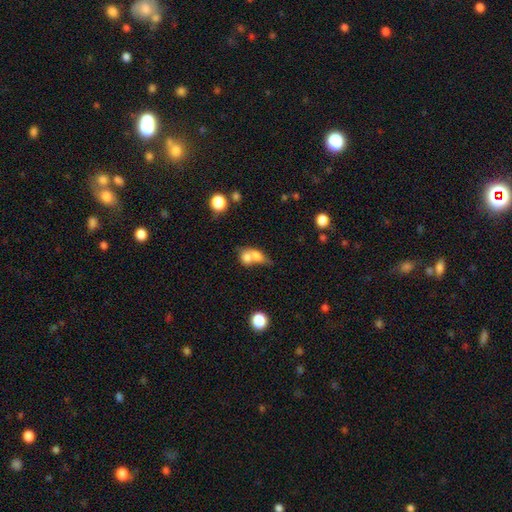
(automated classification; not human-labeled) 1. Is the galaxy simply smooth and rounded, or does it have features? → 71% smooth, 19% featured or disk, 10% star or artifact.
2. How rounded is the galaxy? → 57% in between, 37% round, 5% cigar-shaped.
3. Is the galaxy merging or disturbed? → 71% merger, 17% none, 7% minor disturbance, 5% major disturbance.